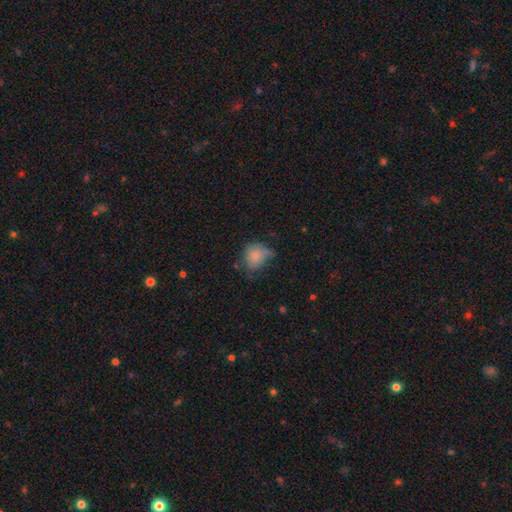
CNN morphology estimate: A smooth galaxy with no disk features (75%) that is round (62%). Merging: none (43%).